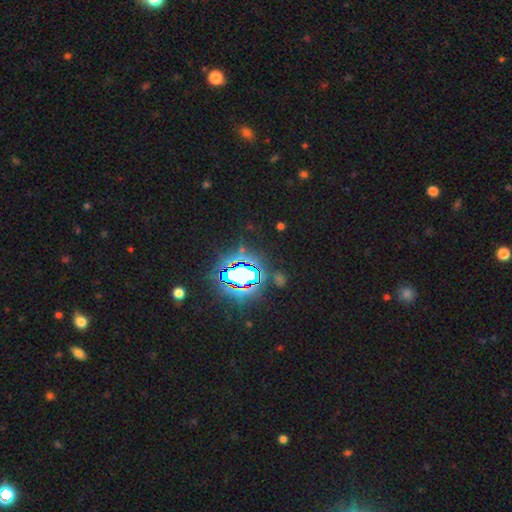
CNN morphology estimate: smooth-or-featured: star or artifact: 81% | smooth: 11% | featured or disk: 8%